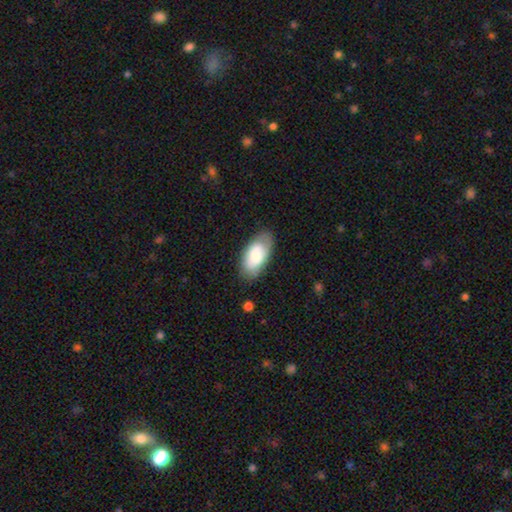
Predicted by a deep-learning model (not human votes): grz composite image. It shows a smooth galaxy with no disk features (73%) that is in between round and cigar-shaped (94%). Merging: none (75%).